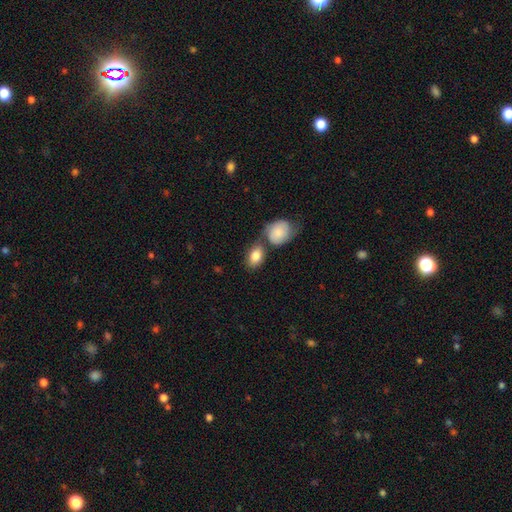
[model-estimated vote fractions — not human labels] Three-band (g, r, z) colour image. It shows a smooth galaxy with no disk features (83%) that is in between round and cigar-shaped (85%). Merging: none (47%).